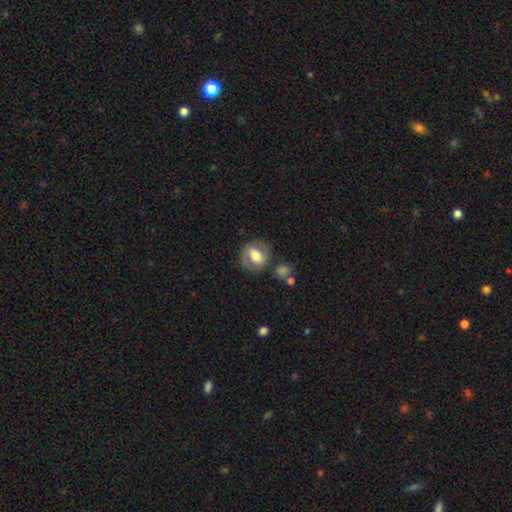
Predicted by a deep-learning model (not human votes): A smooth galaxy with no disk features (54%) that is round (55%).

Vote fractions:
- Smooth or featured? smooth: 54% / featured or disk: 39% / star or artifact: 7%
- How rounded? round: 55% / in between: 44% / cigar-shaped: 1%
- Merging? none: 67% / minor disturbance: 18% / major disturbance: 9% / merger: 6%